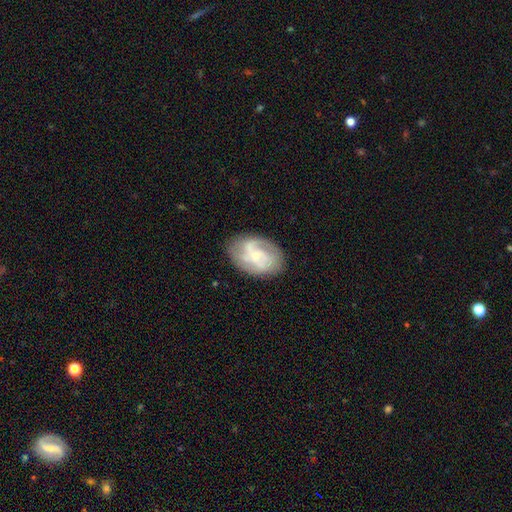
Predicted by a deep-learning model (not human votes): Overall: featured or disk (74%). Edge-on disk: no (97%). Bar: no (54%; weak 37%). Spiral arms: yes (89%). Spiral arm count: 2 (40%; can't tell 26%). Spiral winding: medium (44%; tight 32%). Bulge size: small (70%). Merging: none (72%).